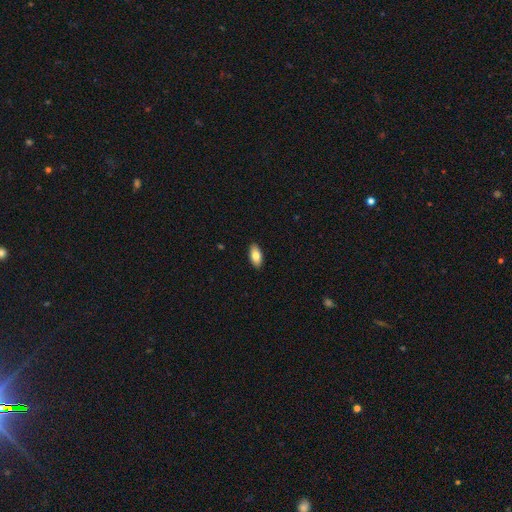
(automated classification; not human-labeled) A smooth galaxy with no disk features (81%) that is in between round and cigar-shaped (91%). Merging: none (90%).